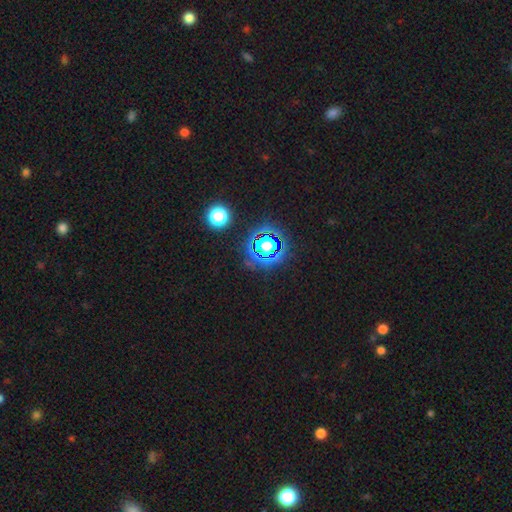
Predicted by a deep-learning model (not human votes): Smooth or featured: star or artifact — 79% (smooth — 14%)